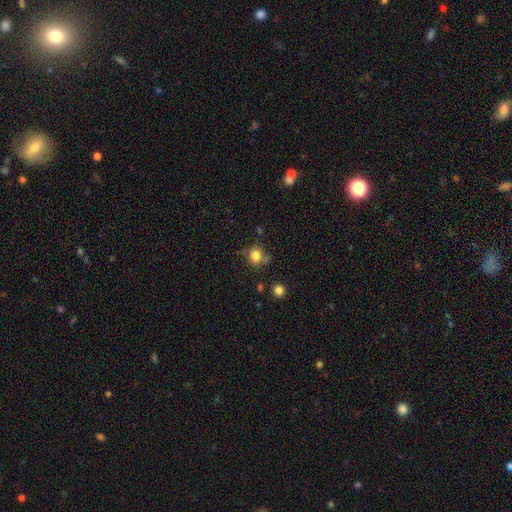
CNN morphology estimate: Smooth or featured? Predicted: smooth (p=0.80). How rounded? Predicted: round (p=0.80). Merging? Predicted: none (p=0.70).